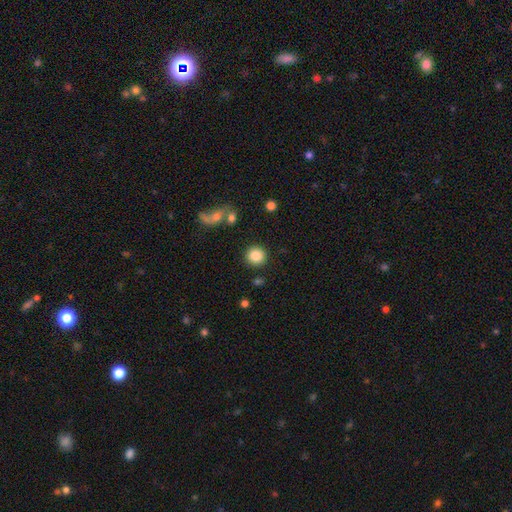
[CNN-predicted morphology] smooth 85%, star or artifact 9%, featured or disk 6%. Down the decision tree: how rounded — round (92%); merging — none (88%).